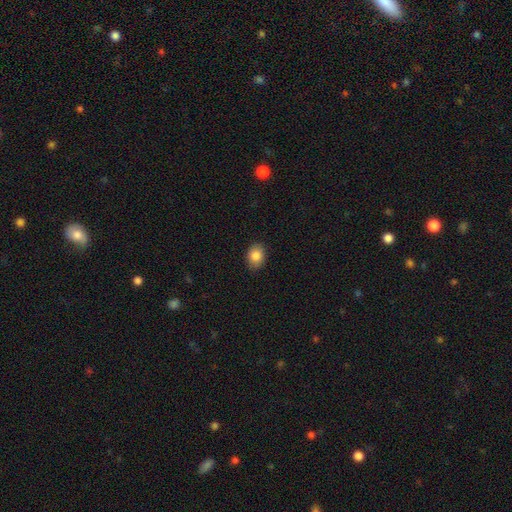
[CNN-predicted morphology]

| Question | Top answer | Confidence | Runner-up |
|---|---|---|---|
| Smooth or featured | smooth | 86% | star or artifact (8%) |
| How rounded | in between | 61% | round (38%) |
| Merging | none | 86% | minor disturbance (11%) |